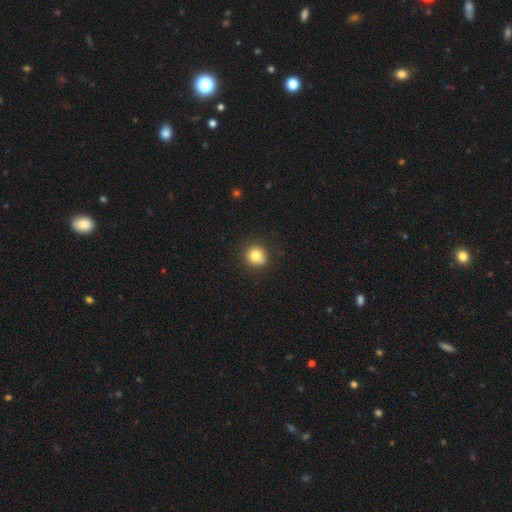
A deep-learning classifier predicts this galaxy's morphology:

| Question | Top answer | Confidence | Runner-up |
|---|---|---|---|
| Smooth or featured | smooth | 80% | star or artifact (11%) |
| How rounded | round | 92% | in between (7%) |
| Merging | none | 80% | minor disturbance (12%) |